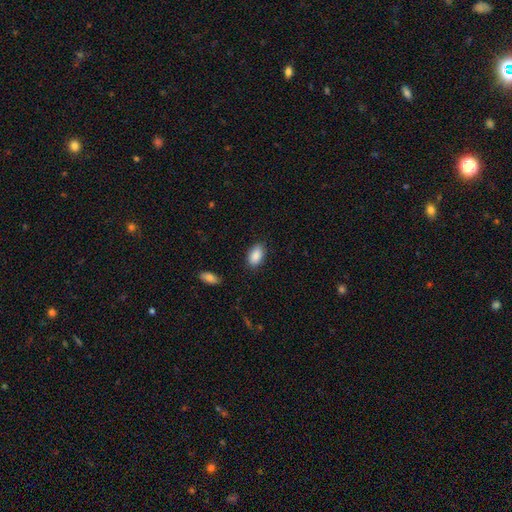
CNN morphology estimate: A smooth galaxy with no disk features (89%) that is in between round and cigar-shaped (92%). Merging: none (85%).